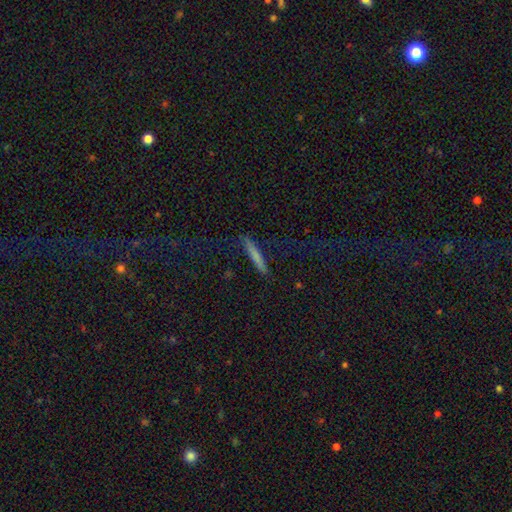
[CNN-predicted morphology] This is likely a smooth galaxy (67%). How rounded: clearly cigar-shaped (95%). Merging: clearly none (87%).